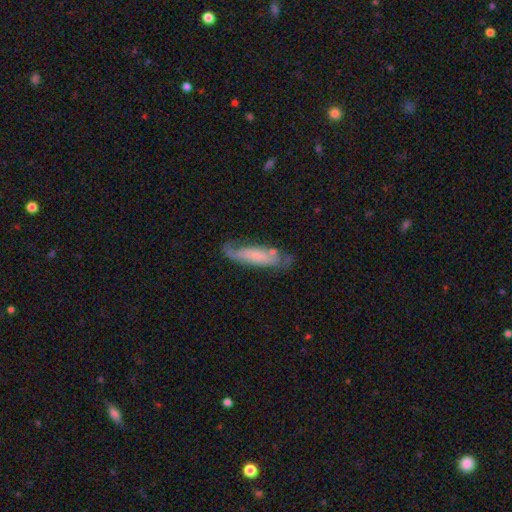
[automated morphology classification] smooth-or-featured: featured or disk: 49% | smooth: 44% | star or artifact: 6%
  merging: none: 56% | minor disturbance: 26% | major disturbance: 13% | merger: 4%